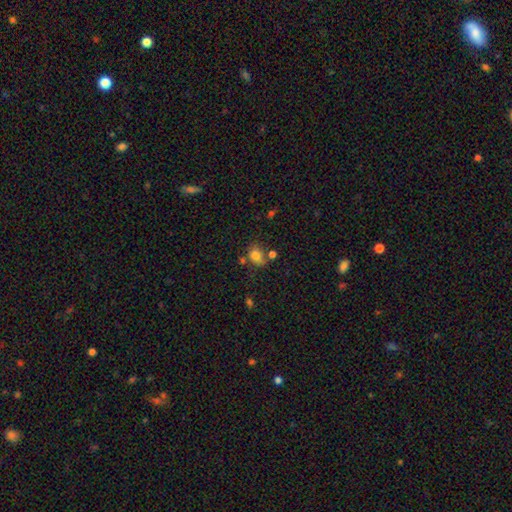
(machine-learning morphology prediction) This appears to be a smooth galaxy with no disk features (79%) that is in between round and cigar-shaped (58%). Merging: none (57%).